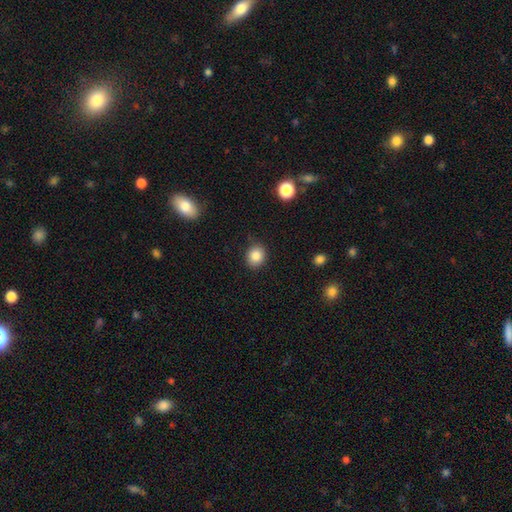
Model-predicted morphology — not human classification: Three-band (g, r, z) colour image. It shows a smooth galaxy with no disk features (85%) that is round (72%). Merging: none (85%).